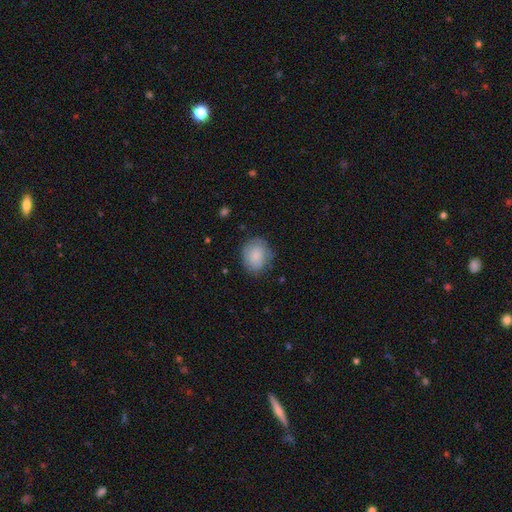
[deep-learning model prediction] smooth_or_featured: smooth (p=0.80) [alt: featured or disk p=0.13]
how_rounded: round (p=0.55) [alt: in between p=0.44]
merging: none (p=0.72) [alt: minor disturbance p=0.21]